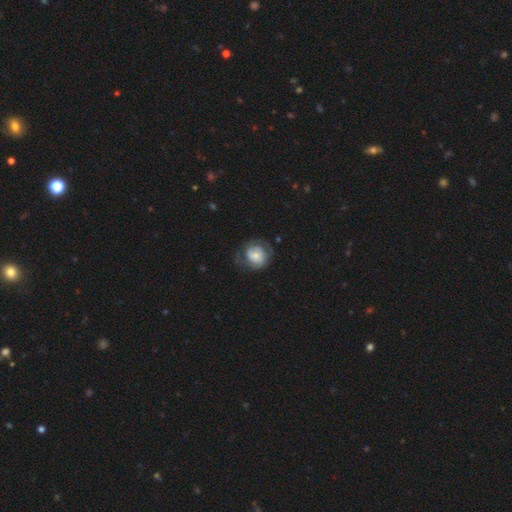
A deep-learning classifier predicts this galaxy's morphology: This appears to be a smooth galaxy with no disk features (47%). Merging: none (56%).